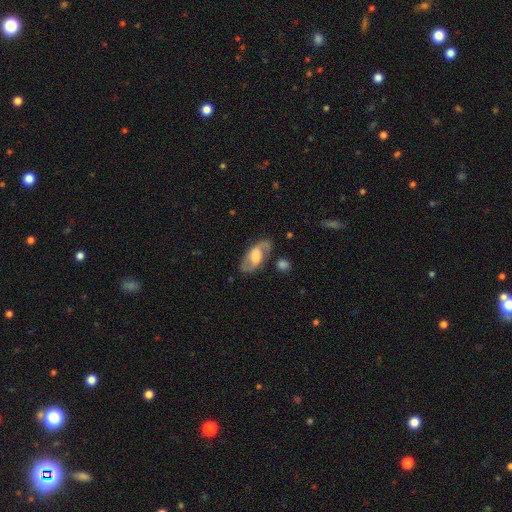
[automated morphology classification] Smooth or featured: featured or disk — 70% (smooth — 24%)
Edge-on disk: no — 89% (yes — 11%)
Bar: weak — 42% (no — 40%)
Spiral arms: yes — 81% (no — 19%)
Spiral winding: medium — 47% (loose — 34%)
Spiral arm count: 2 — 88% (can't tell — 7%)
Bulge size: large — 45% (moderate — 37%)
Merging: none — 77% (minor disturbance — 15%)